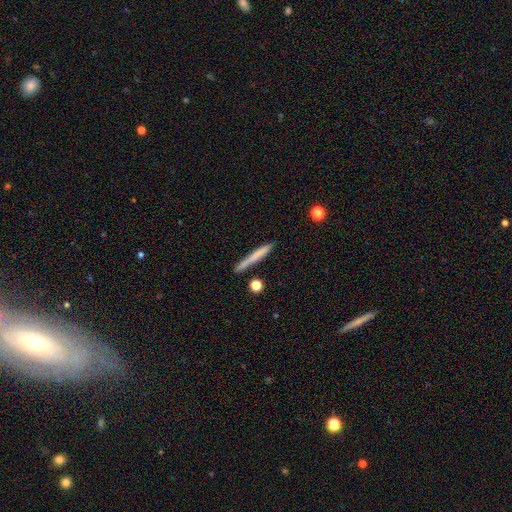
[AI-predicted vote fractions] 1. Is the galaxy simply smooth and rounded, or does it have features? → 67% smooth, 27% featured or disk, 7% star or artifact.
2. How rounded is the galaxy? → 96% cigar-shaped, 3% in between, 2% round.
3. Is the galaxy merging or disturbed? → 83% none, 11% minor disturbance, 4% merger, 2% major disturbance.